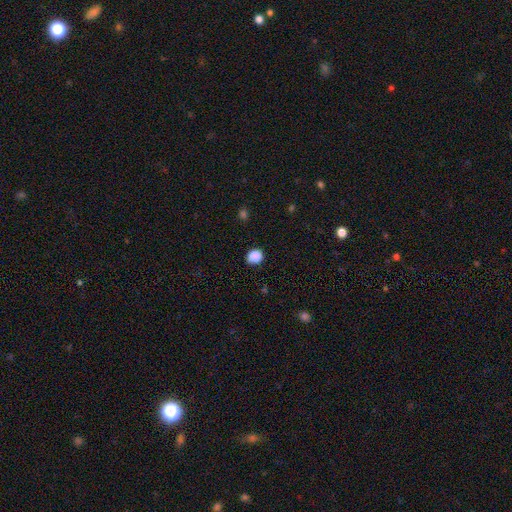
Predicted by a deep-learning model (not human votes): Overall: smooth (88%). How rounded: round (75%). Merging: none (86%).